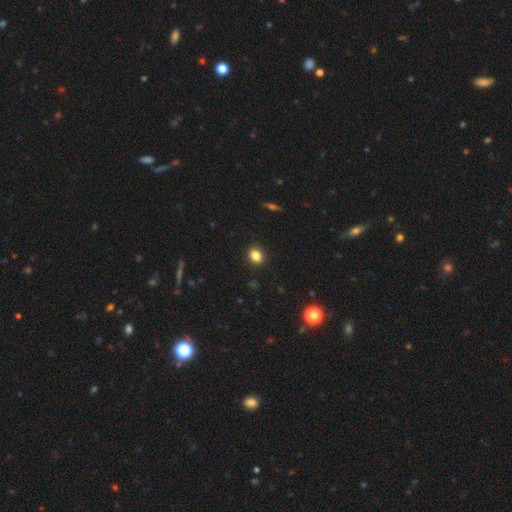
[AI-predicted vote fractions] A smooth galaxy with no disk features (84%) that is in between round and cigar-shaped (50%).

Vote fractions:
- Smooth or featured? smooth: 84% / star or artifact: 11% / featured or disk: 5%
- How rounded? in between: 50% / round: 49% / cigar-shaped: 1%
- Merging? none: 90% / minor disturbance: 7% / major disturbance: 2% / merger: 1%